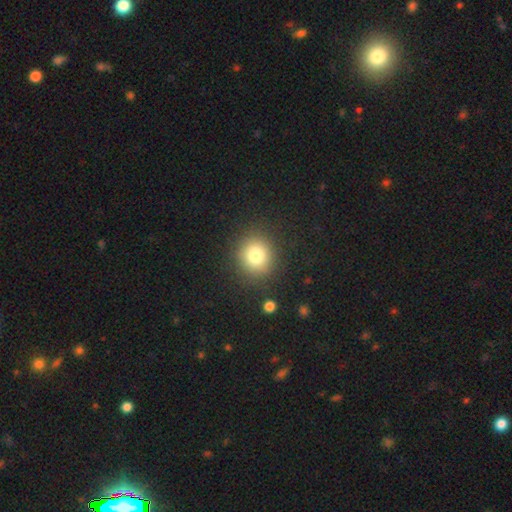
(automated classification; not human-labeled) Smooth or featured? Predicted: smooth (p=0.79). How rounded? Predicted: round (p=0.88). Merging? Predicted: none (p=0.89).